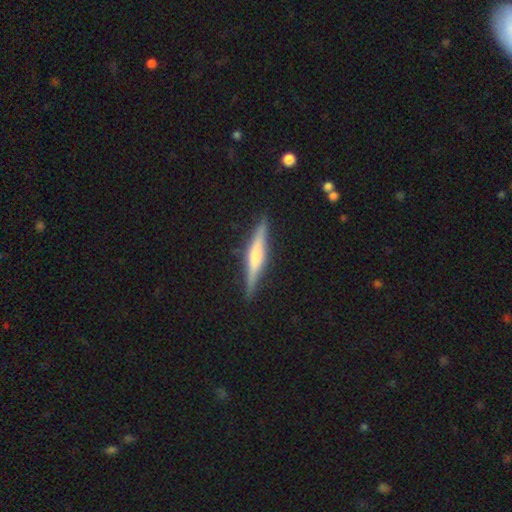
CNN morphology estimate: type=featured or disk (73%); edge-on=yes (98%); edge-on bulge=rounded (72%); merging=none (90%).